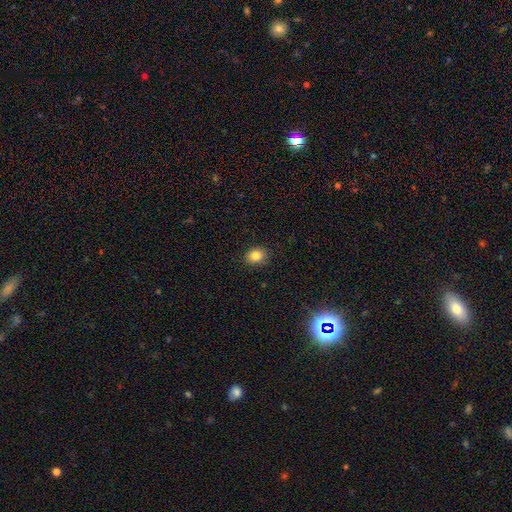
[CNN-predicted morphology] Smooth or featured? smooth (84%)
How rounded? round (61%)
Merging? none (88%)